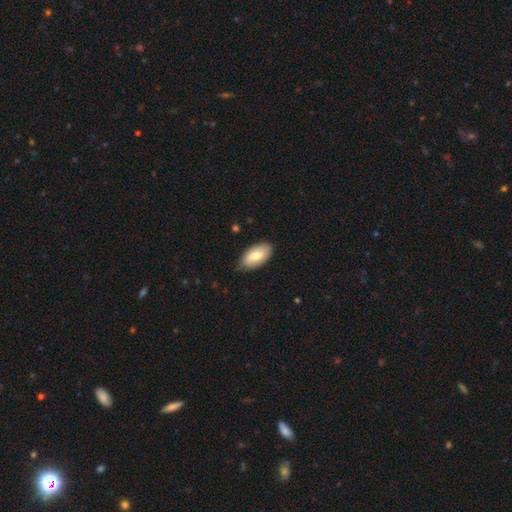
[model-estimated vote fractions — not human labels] smooth_or_featured: smooth (p=0.74) [alt: featured or disk p=0.21]
how_rounded: in between (p=0.95) [alt: round p=0.03]
merging: none (p=0.80) [alt: minor disturbance p=0.17]